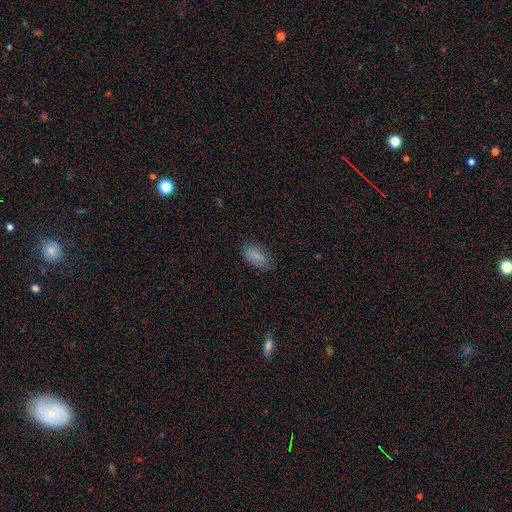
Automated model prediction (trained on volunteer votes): This appears to be a smooth galaxy with no disk features (80%) that is in between round and cigar-shaped (92%). Merging: none (76%).